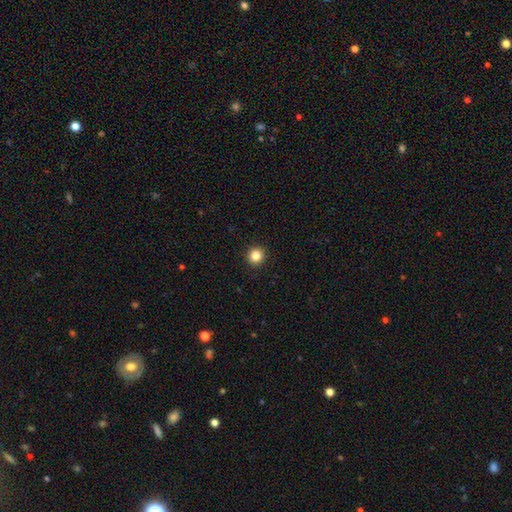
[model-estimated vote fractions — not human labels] The model was most divided on "smooth or featured": smooth: 84%, star or artifact: 11%, featured or disk: 4%. More confident: merging — none (93%); how rounded — round (93%).